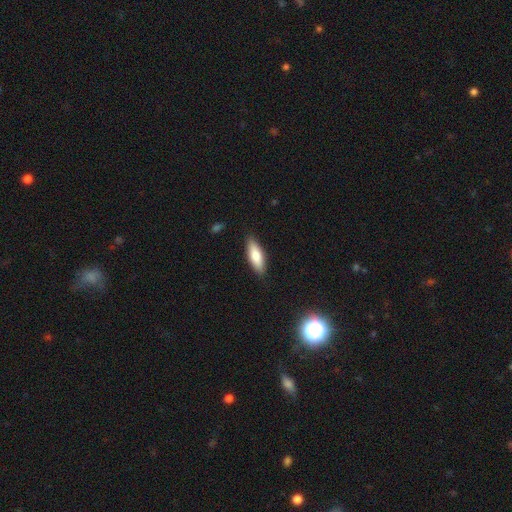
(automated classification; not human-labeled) This is likely a smooth galaxy (77%). How rounded: possibly in between (59%). Merging: clearly none (88%).